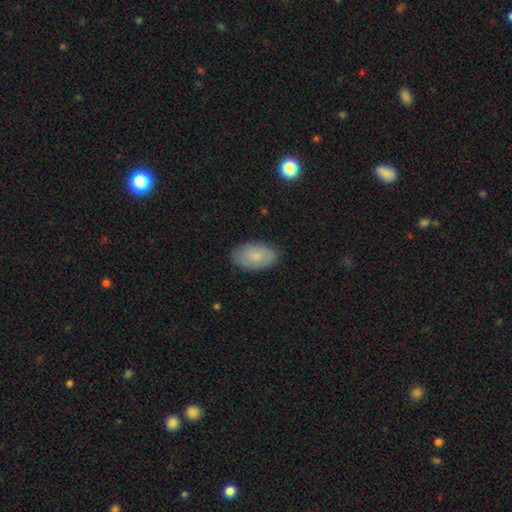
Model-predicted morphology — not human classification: A smooth galaxy with no disk features (78%) that is in between round and cigar-shaped (93%).

Vote fractions:
- Smooth or featured? smooth: 78% / featured or disk: 15% / star or artifact: 7%
- How rounded? in between: 93% / round: 6% / cigar-shaped: 1%
- Merging? none: 84% / minor disturbance: 13% / major disturbance: 3% / merger: 1%